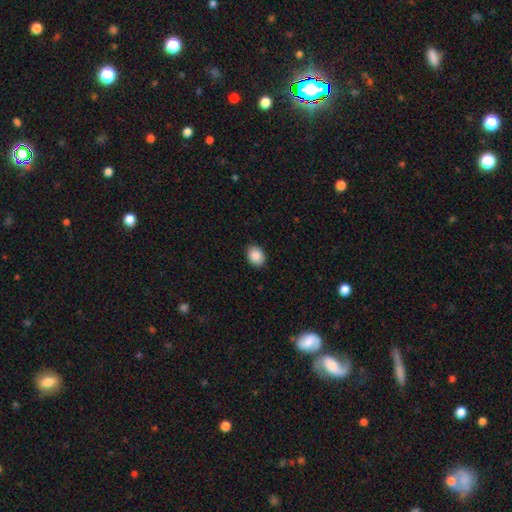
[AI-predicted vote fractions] smooth_or_featured: smooth (p=0.89) [alt: star or artifact p=0.08]
how_rounded: in between (p=0.64) [alt: round p=0.36]
merging: none (p=0.89) [alt: minor disturbance p=0.08]